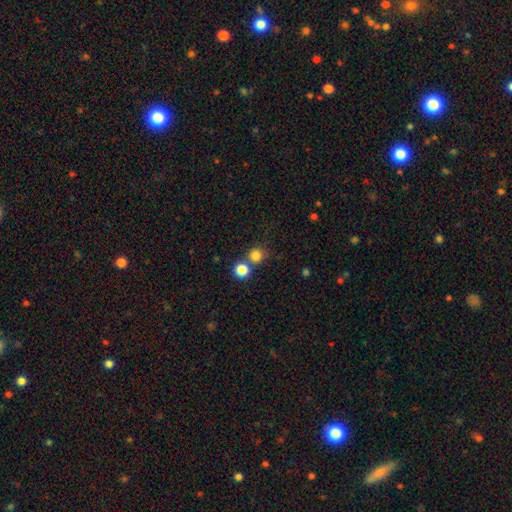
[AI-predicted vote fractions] Q: Smooth or featured?
A: smooth (80%); runner-up: star or artifact (14%)
Q: How rounded?
A: round (90%); runner-up: in between (9%)
Q: Merging?
A: none (64%); runner-up: merger (26%)